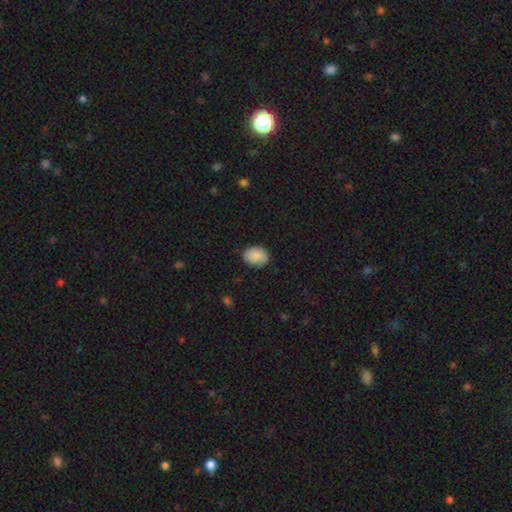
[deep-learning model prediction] Morphology: type=smooth (88%); roundness=in between (67%); merging=none (82%).